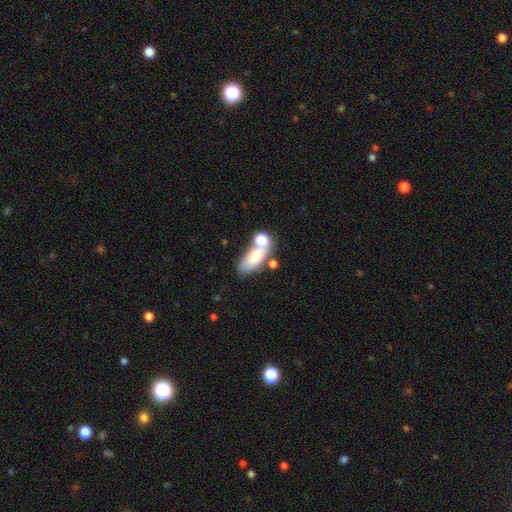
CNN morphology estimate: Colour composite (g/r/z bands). It shows a smooth galaxy with no disk features (65%) that is in between round and cigar-shaped (73%). Merging: none (44%).